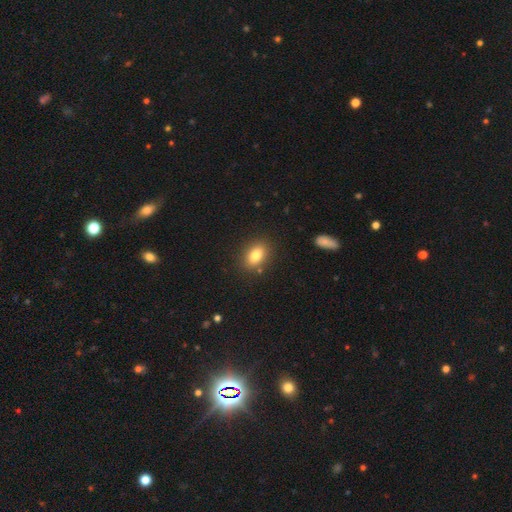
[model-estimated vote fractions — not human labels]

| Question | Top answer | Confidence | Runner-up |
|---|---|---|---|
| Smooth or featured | smooth | 82% | star or artifact (9%) |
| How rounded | in between | 80% | round (18%) |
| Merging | none | 85% | minor disturbance (10%) |